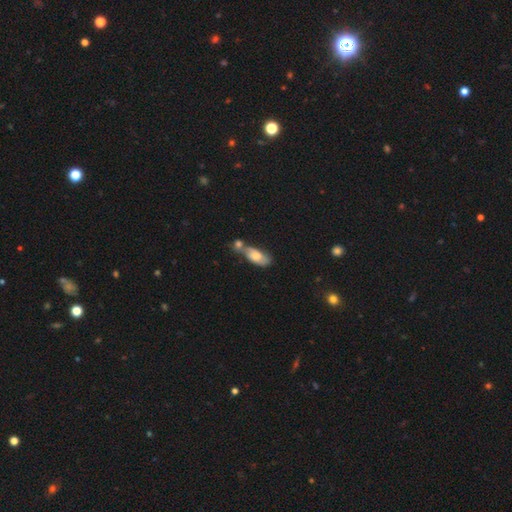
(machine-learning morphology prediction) This appears to be a smooth galaxy with no disk features (67%) that is in between round and cigar-shaped (80%). Merging: merger (51%).